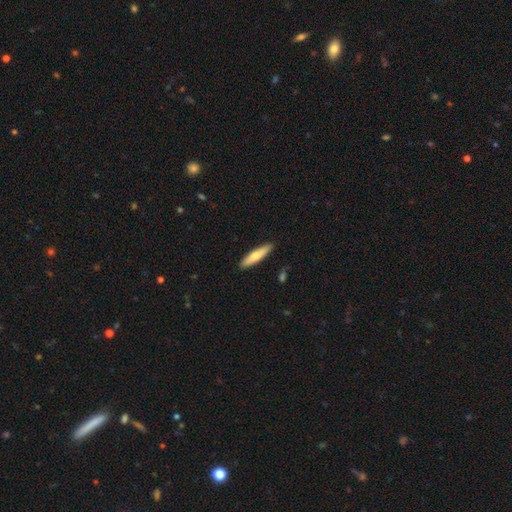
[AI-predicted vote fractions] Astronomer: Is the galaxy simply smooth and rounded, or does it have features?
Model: smooth — 62%.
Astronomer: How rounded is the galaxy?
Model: cigar-shaped — 83%.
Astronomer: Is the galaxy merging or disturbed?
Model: none — 91%.